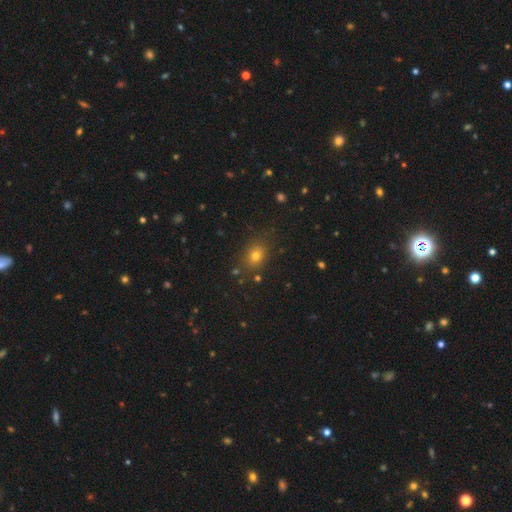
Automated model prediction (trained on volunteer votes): Smooth or featured: smooth — 74% (star or artifact — 17%)
How rounded: in between — 54% (round — 45%)
Merging: none — 83% (minor disturbance — 11%)